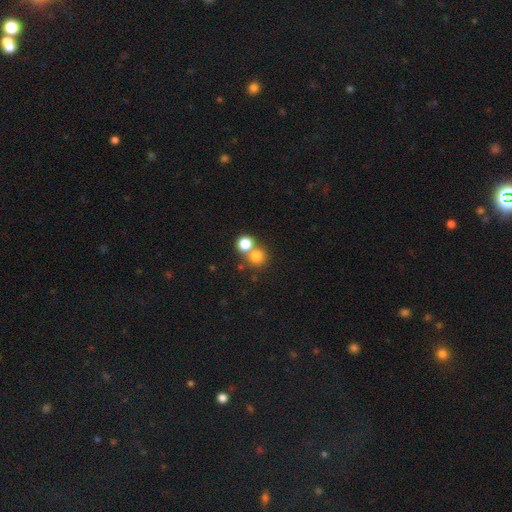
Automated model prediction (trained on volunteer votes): Smooth or featured?
  - smooth: 76% *
  - star or artifact: 16%
  - featured or disk: 8%
How rounded?
  - round: 87% *
  - in between: 12%
  - cigar-shaped: 1%
Merging?
  - none: 55% *
  - merger: 35%
  - minor disturbance: 7%
  - major disturbance: 3%